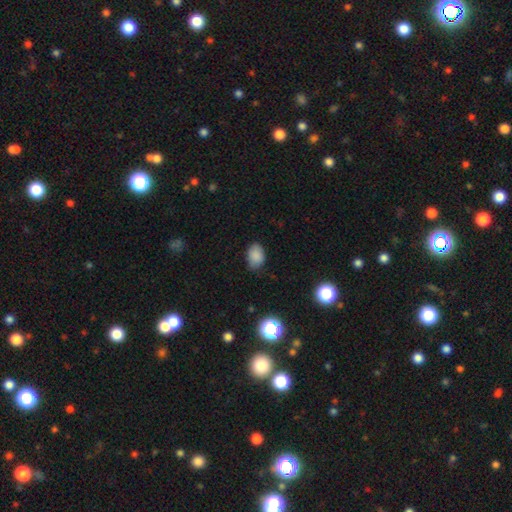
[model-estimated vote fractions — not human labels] A smooth galaxy with no disk features (85%) that is in between round and cigar-shaped (81%). Merging: none (77%).